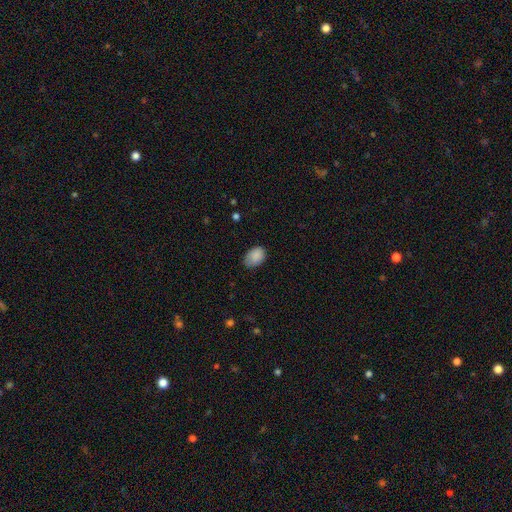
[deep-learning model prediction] This appears to be a smooth galaxy with no disk features (88%) that is in between round and cigar-shaped (81%). Merging: none (69%).